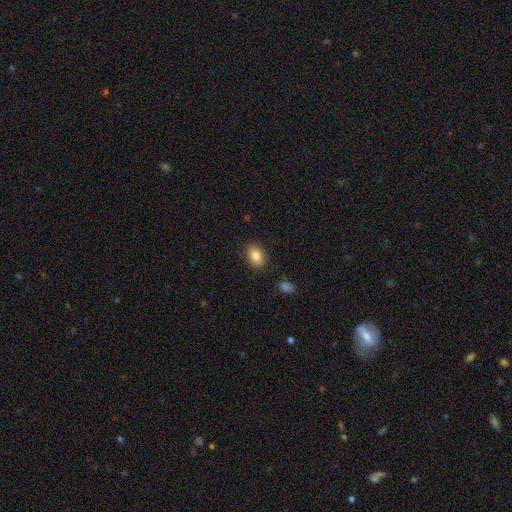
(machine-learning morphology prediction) smooth_or_featured: smooth (p=0.83) [alt: featured or disk p=0.08]
how_rounded: in between (p=0.79) [alt: round p=0.20]
merging: none (p=0.86) [alt: minor disturbance p=0.10]